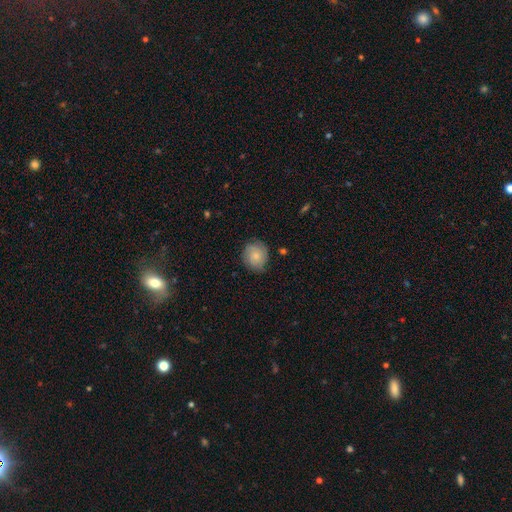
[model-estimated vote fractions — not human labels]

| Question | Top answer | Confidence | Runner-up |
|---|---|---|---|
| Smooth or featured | smooth | 77% | featured or disk (16%) |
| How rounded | round | 83% | in between (16%) |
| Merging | none | 79% | minor disturbance (16%) |